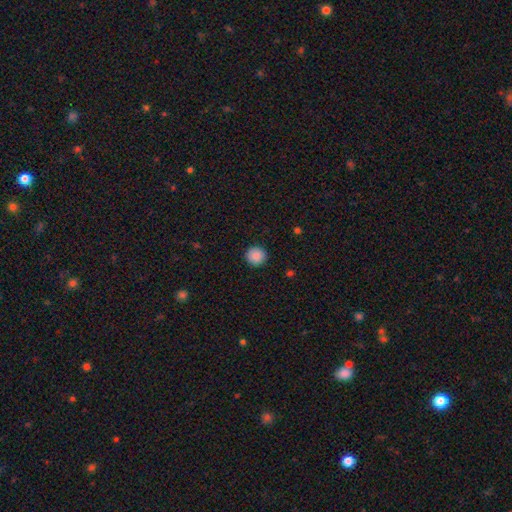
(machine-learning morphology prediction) A smooth galaxy with no disk features (87%) that is round (95%). Merging: none (92%).